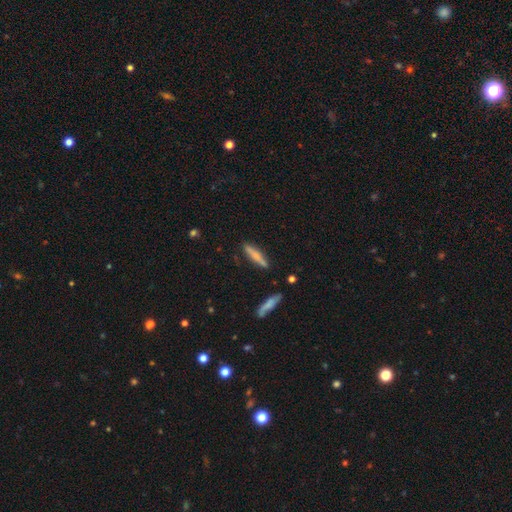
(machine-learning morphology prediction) smooth 66%, featured or disk 27%, star or artifact 7%. Down the decision tree: how rounded — cigar-shaped (87%); merging — none (84%).